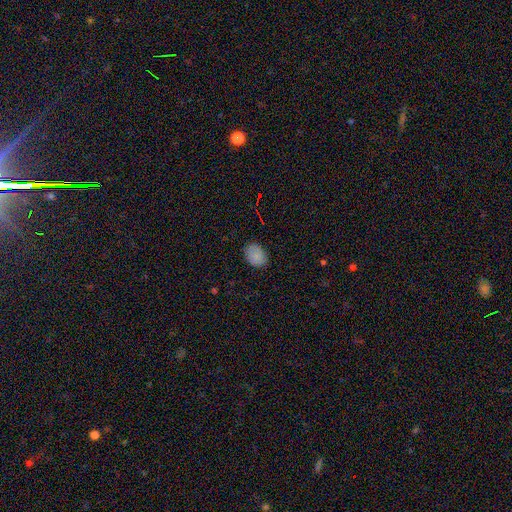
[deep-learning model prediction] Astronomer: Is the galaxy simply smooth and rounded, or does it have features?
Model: smooth — 84%.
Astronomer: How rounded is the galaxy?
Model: in between — 68%.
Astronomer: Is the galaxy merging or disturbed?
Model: none — 84%.